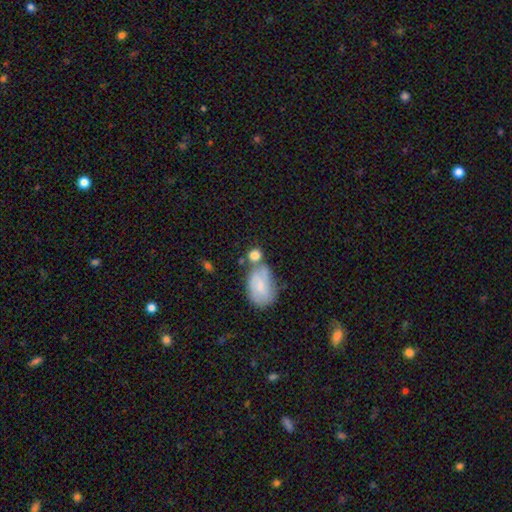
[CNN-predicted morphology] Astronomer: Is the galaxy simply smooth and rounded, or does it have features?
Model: smooth — 77%.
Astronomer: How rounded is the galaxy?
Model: round — 61% (runner-up: in between, 37%).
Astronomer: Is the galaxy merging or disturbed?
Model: none — 45% (runner-up: merger, 34%).